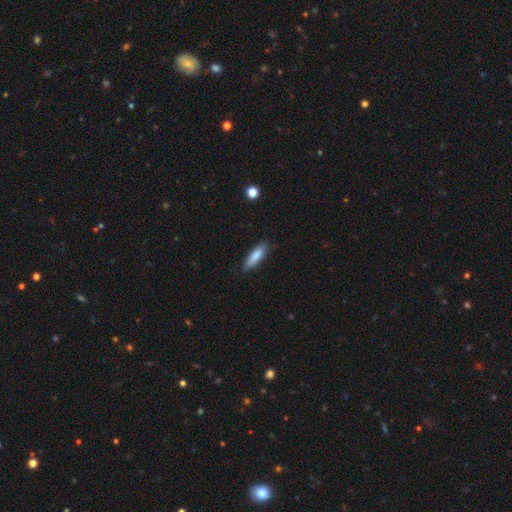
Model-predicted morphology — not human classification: Q: Smooth or featured?
A: smooth (80%); runner-up: featured or disk (14%)
Q: How rounded?
A: cigar-shaped (66%); runner-up: in between (33%)
Q: Merging?
A: none (83%); runner-up: minor disturbance (14%)